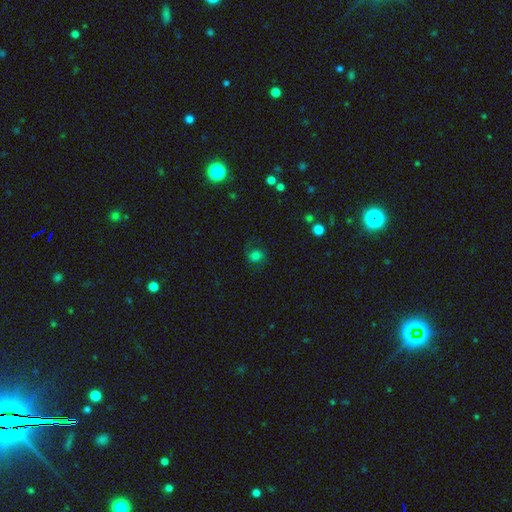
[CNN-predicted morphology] This is likely a smooth galaxy (61%). How rounded: likely round (70%). Merging: likely none (66%).